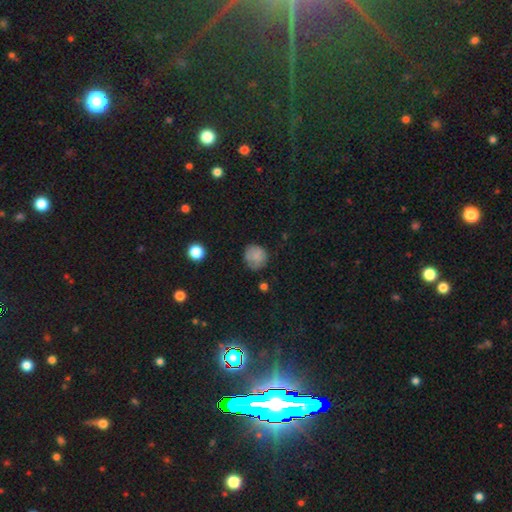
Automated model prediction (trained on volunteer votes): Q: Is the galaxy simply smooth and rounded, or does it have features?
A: smooth — 76%.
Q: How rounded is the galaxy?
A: round — 86%.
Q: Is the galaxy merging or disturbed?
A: none — 70%.